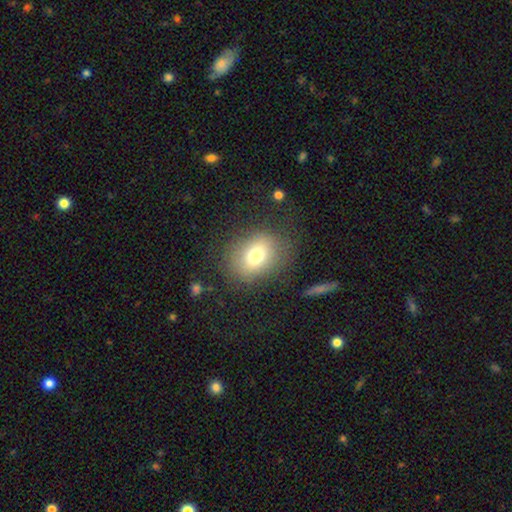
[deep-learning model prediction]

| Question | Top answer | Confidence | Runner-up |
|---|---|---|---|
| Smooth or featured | smooth | 73% | featured or disk (15%) |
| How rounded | in between | 61% | round (38%) |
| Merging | none | 76% | minor disturbance (14%) |